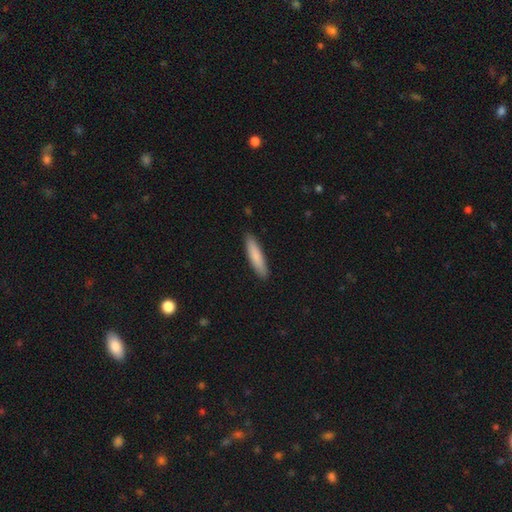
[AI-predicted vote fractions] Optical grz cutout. It shows a smooth galaxy with no disk features (83%) that is cigar-shaped (82%). Merging: none (89%).